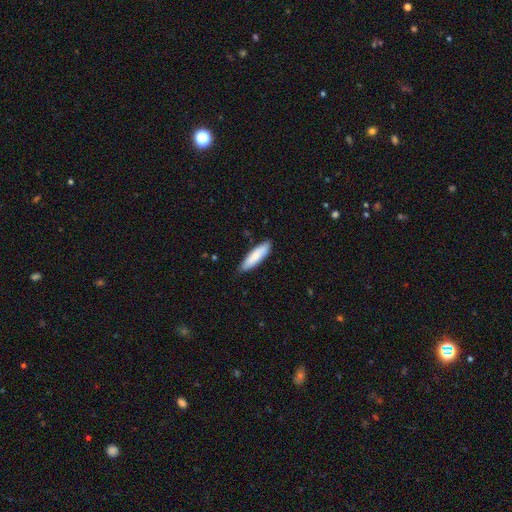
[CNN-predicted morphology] type=smooth (80%); roundness=cigar-shaped (58%); merging=none (83%).